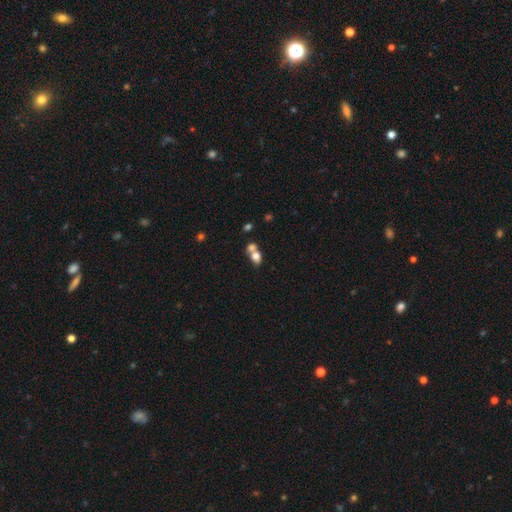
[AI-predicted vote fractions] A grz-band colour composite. It shows a smooth galaxy with no disk features (73%) that is in between round and cigar-shaped (56%). Merging: merger (59%).